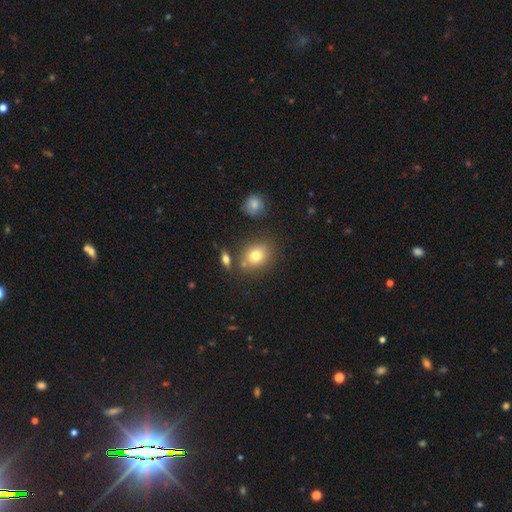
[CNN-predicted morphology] A smooth galaxy with no disk features (77%) that is round (50%).

Vote fractions:
- Smooth or featured? smooth: 77% / featured or disk: 12% / star or artifact: 11%
- How rounded? round: 50% / in between: 48% / cigar-shaped: 1%
- Merging? none: 73% / minor disturbance: 12% / merger: 11% / major disturbance: 4%